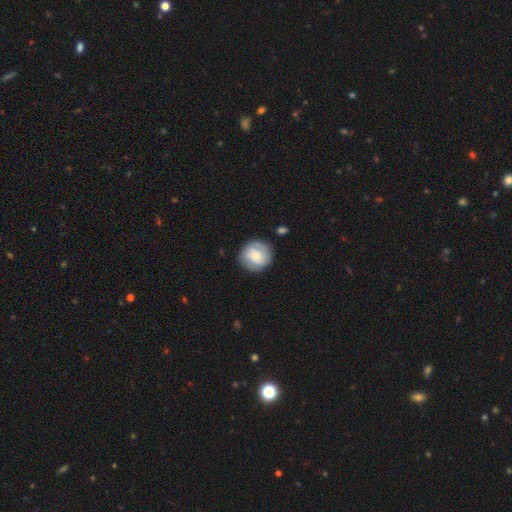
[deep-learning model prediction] This appears to be a smooth galaxy with no disk features (56%) that is round (89%). Merging: none (78%).